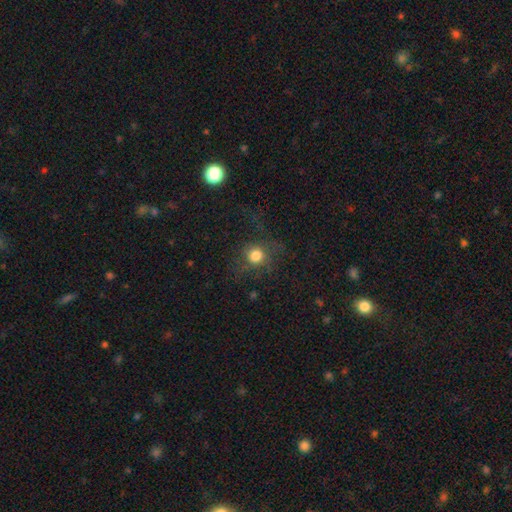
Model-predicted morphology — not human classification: smooth 69%, featured or disk 15%, star or artifact 15%. Down the decision tree: how rounded — round (87%); merging — none (63%).